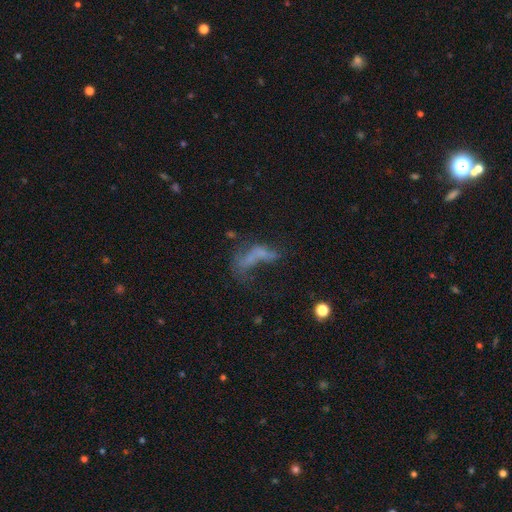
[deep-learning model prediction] This is marginally a featured or disk galaxy (41%). Merging: marginally major disturbance (41%).